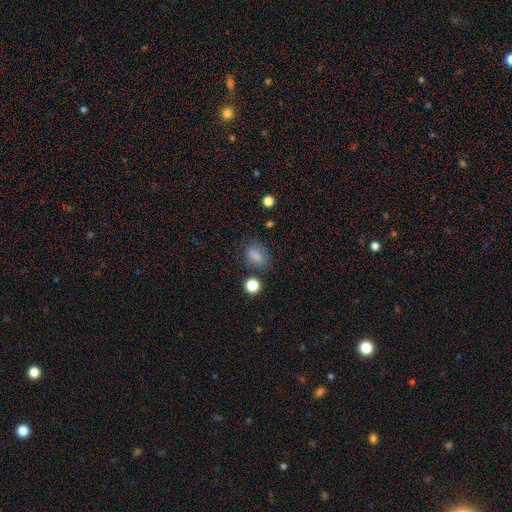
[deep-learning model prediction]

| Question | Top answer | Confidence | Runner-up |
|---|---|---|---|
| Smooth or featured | smooth | 79% | star or artifact (12%) |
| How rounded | in between | 67% | round (31%) |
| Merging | none | 67% | minor disturbance (20%) |